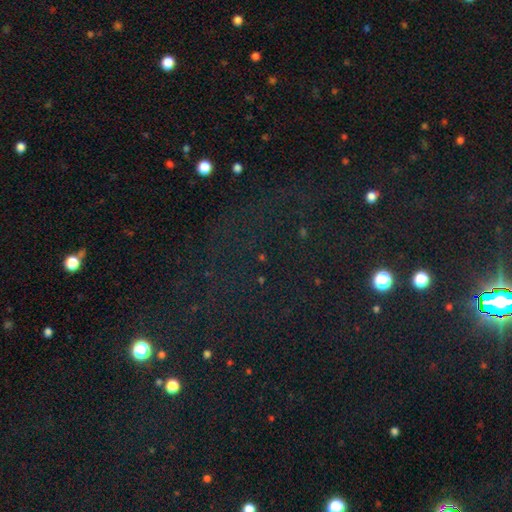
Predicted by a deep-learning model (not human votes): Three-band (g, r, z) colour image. It shows a star or artifact, not a galaxy (74%).